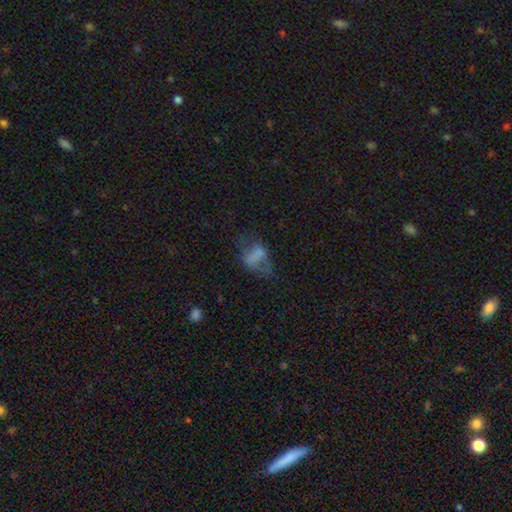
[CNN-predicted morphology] smooth 52%, featured or disk 33%, star or artifact 16%. Down the decision tree: how rounded — in between (81%); merging — major disturbance (40%).